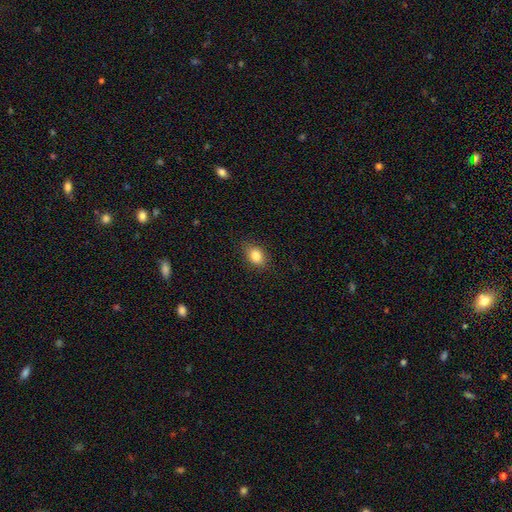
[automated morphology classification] Smooth or featured? smooth (84%)
How rounded? in between (74%)
Merging? none (85%)